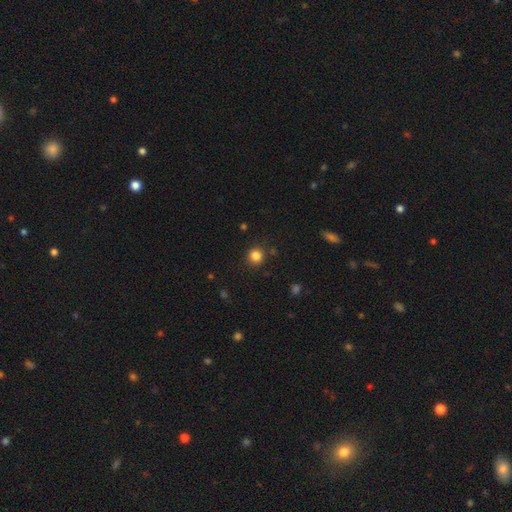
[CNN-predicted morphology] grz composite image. It shows a smooth galaxy with no disk features (84%) that is round (92%). Merging: none (88%).